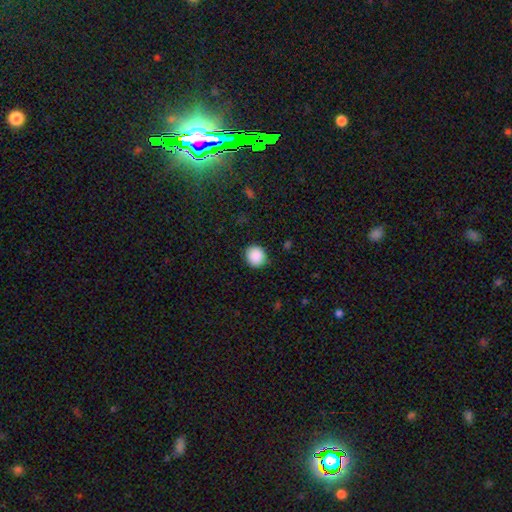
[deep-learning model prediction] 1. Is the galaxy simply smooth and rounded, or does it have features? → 90% smooth, 8% star or artifact, 3% featured or disk.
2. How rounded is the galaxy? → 90% round, 9% in between, 1% cigar-shaped.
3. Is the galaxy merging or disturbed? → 89% none, 8% minor disturbance, 2% major disturbance, 1% merger.